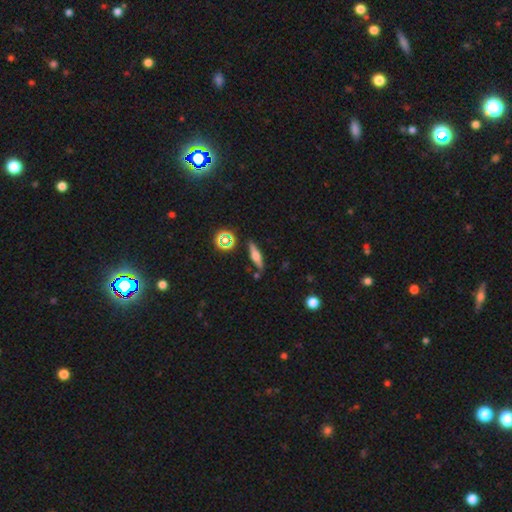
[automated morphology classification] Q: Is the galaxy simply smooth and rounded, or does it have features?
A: featured or disk — 44%.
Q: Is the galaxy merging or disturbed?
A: none — 82%.